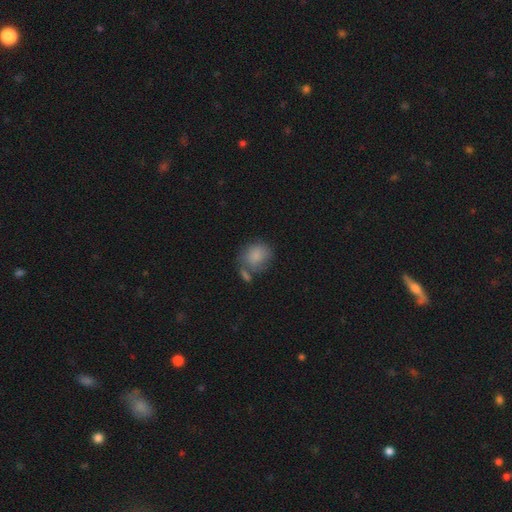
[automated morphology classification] type=smooth (83%); roundness=round (57%); merging=none (48%).